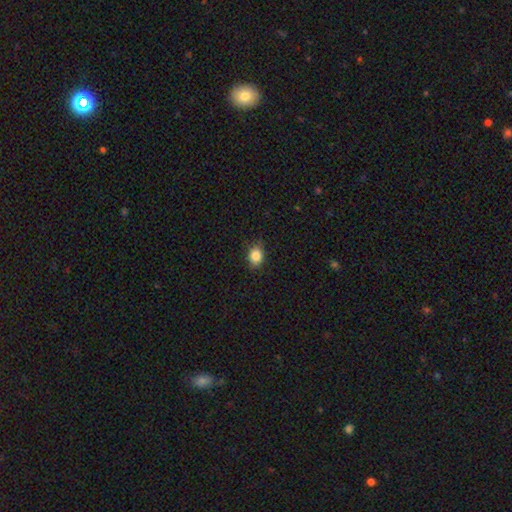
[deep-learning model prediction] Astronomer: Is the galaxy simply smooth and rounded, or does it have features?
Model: smooth — 85%.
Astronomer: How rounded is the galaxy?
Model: in between — 51% (runner-up: round, 47%).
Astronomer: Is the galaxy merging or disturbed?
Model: none — 80%.